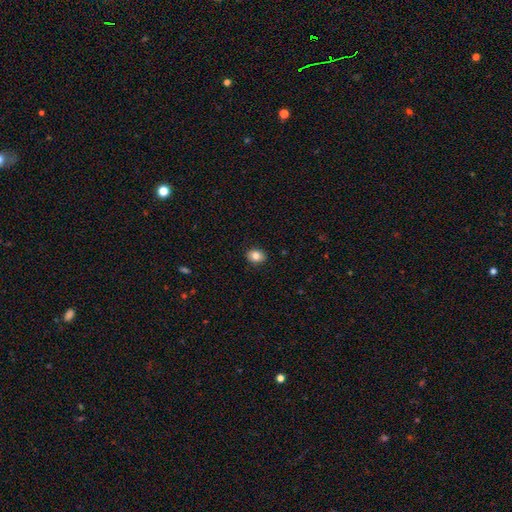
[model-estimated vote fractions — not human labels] This is clearly a smooth galaxy (83%). How rounded: possibly in between (52%). Merging: clearly none (89%).